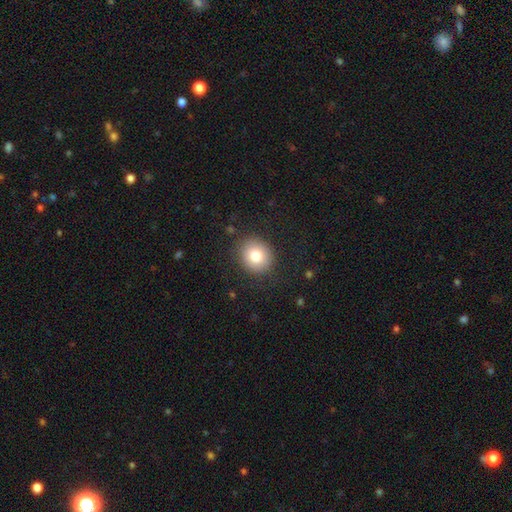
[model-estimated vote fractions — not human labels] Smooth or featured? Predicted: smooth (p=0.81). How rounded? Predicted: round (p=0.77). Merging? Predicted: none (p=0.87).